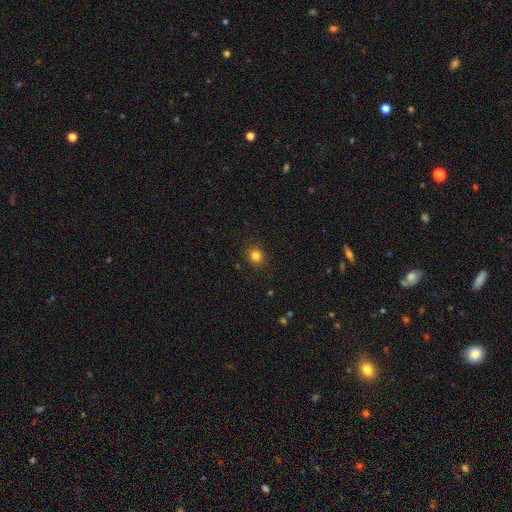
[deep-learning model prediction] Overall: smooth (82%). How rounded: round (72%). Merging: none (90%).